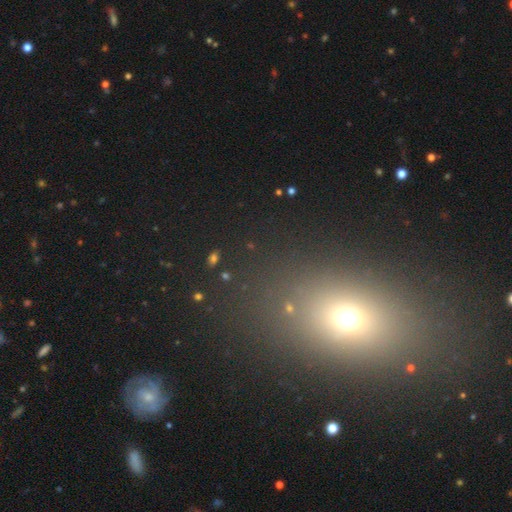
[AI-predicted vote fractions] This appears to be a smooth galaxy with no disk features (53%) that is in between round and cigar-shaped (55%). Merging: none (84%).